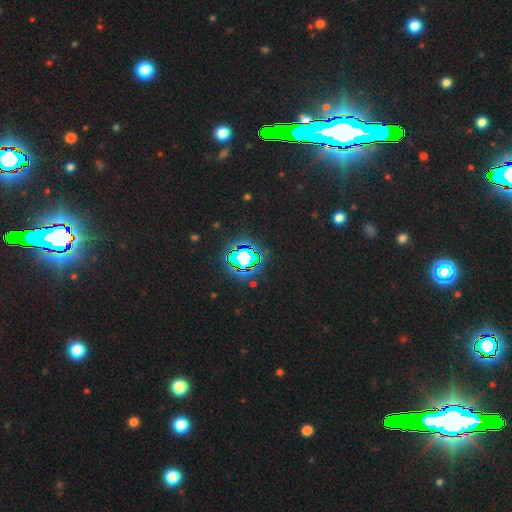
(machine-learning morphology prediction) smooth-or-featured: star or artifact: 83% | smooth: 9% | featured or disk: 8%